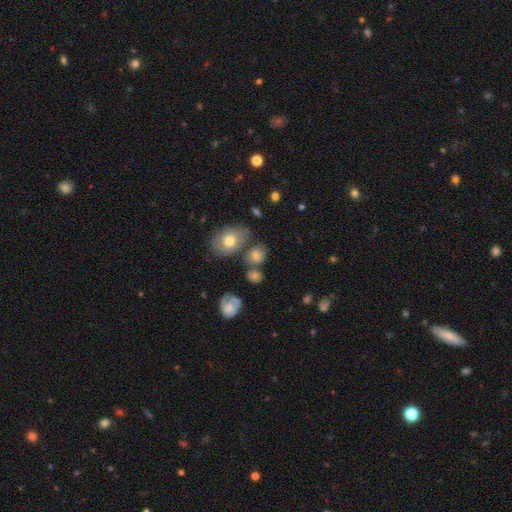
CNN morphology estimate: A smooth galaxy with no disk features (72%) that is round (49%, tied with in between).

Vote fractions:
- Smooth or featured? smooth: 72% / featured or disk: 16% / star or artifact: 12%
- How rounded? round: 49% (tied) / in between: 49% (tied) / cigar-shaped: 2%
- Merging? none: 58% / minor disturbance: 18% / merger: 16% / major disturbance: 8%